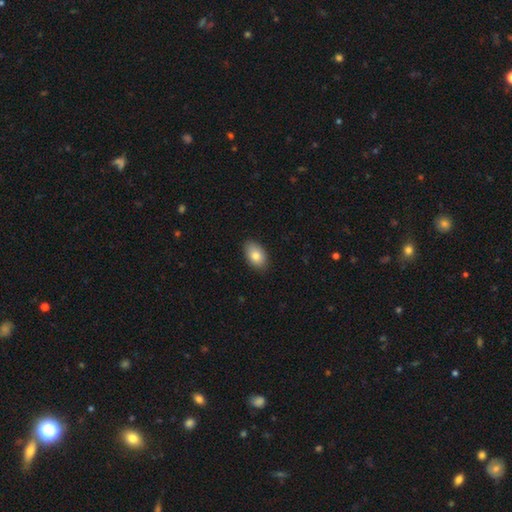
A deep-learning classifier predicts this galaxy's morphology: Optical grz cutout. It shows a smooth galaxy with no disk features (81%) that is in between round and cigar-shaped (90%). Merging: none (87%).